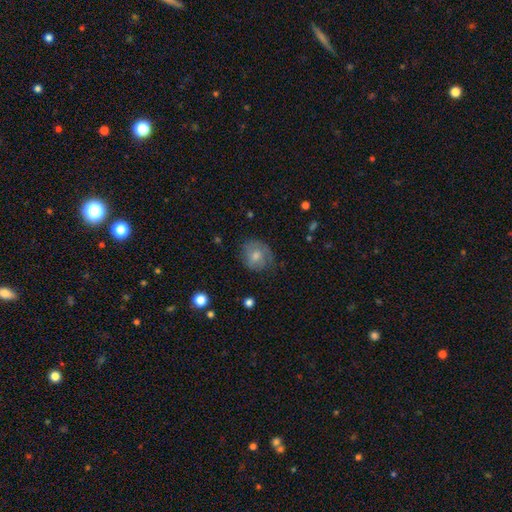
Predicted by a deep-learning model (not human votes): This appears to be a smooth galaxy with no disk features (45%). Merging: none (72%).